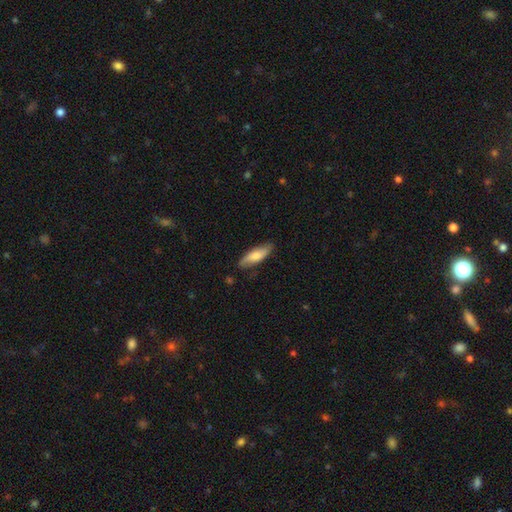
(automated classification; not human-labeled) Overall: smooth (68%). How rounded: in between (53%; cigar-shaped 45%). Merging: none (80%).